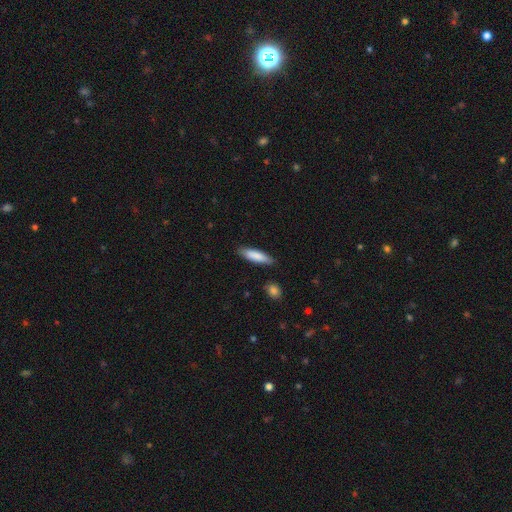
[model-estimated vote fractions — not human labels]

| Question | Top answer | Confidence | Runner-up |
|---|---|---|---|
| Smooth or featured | smooth | 84% | featured or disk (10%) |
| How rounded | cigar-shaped | 65% | in between (33%) |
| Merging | none | 87% | minor disturbance (10%) |